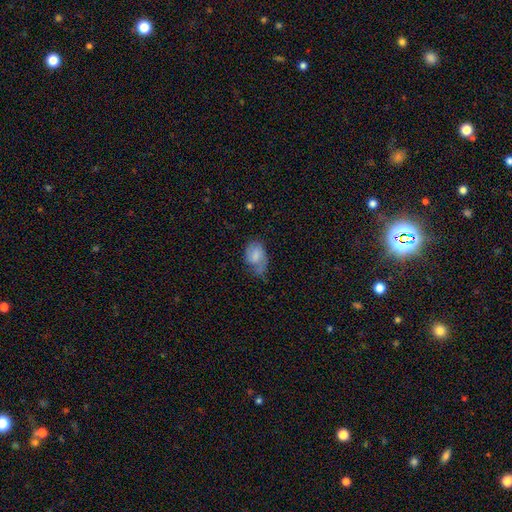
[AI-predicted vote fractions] Morphology: type=smooth (56%); roundness=in between (81%); merging=none (38%).